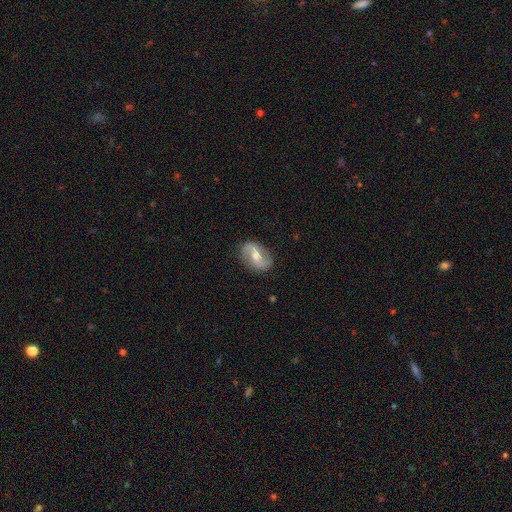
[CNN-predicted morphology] A featured or disk galaxy (77%) with a weak bar (44%), 2 (92%) loose (60%) spiral arms (88%) and a moderate central bulge (68%). Merging: none (85%).